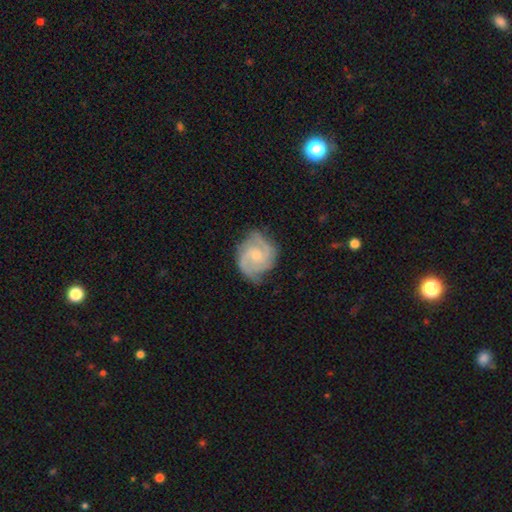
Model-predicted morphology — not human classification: A featured or disk galaxy (85%) with no bar (62%), 2 (56%) tight (48%) spiral arms (97%) and a small central bulge (53%). Merging: none (73%).